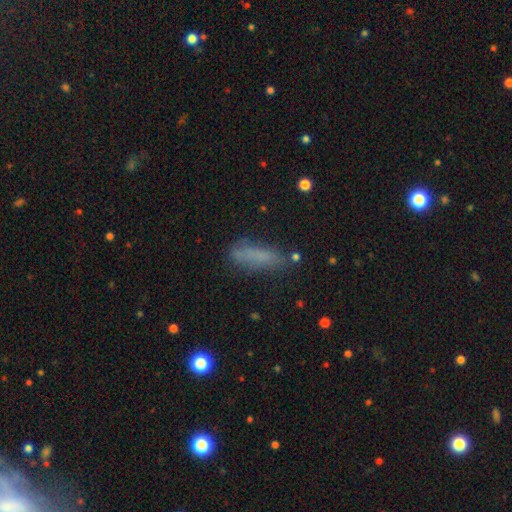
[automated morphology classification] smooth 72%, featured or disk 16%, star or artifact 12%. Down the decision tree: how rounded — cigar-shaped (68%); merging — none (69%).